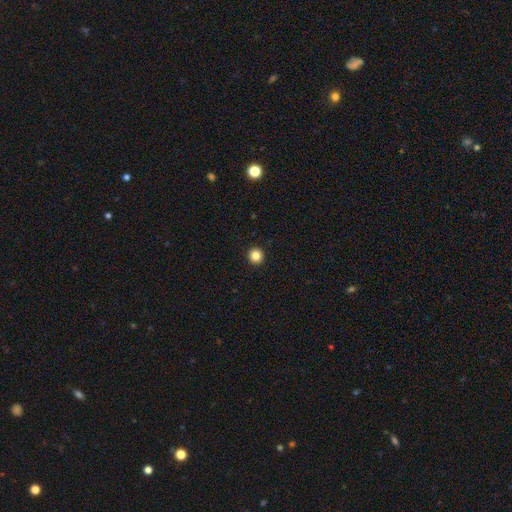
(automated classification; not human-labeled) smooth-or-featured: smooth: 84% | star or artifact: 11% | featured or disk: 4%
  how-rounded: round: 96% | in between: 3% | cigar-shaped: 1%
  merging: none: 94% | minor disturbance: 3% | major disturbance: 1% | merger: 1%